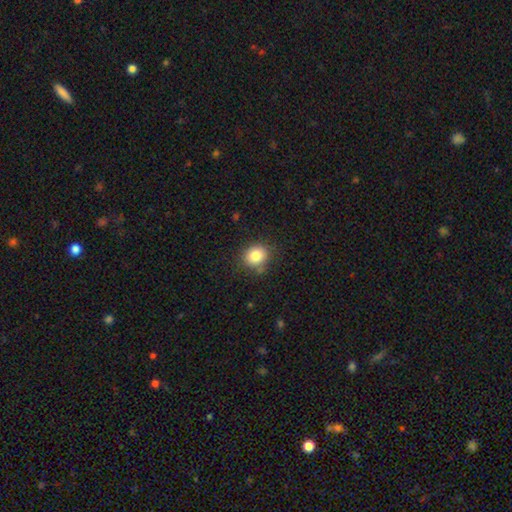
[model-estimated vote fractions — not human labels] Morphology: type=smooth (83%); roundness=round (76%); merging=none (81%).